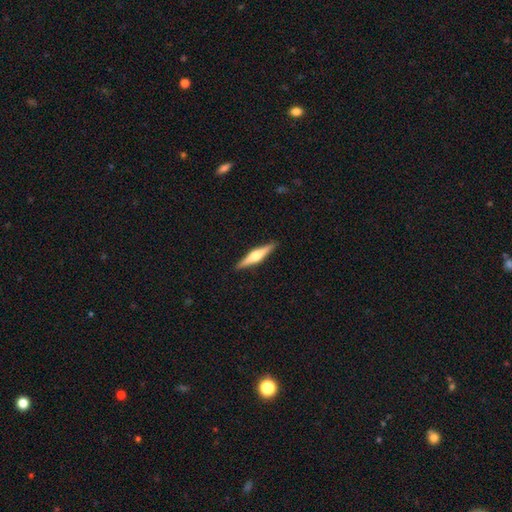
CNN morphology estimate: Smooth or featured? Predicted: featured or disk (p=0.71). Edge-on disk? Predicted: yes (p=0.98). Edge-on bulge? Predicted: rounded (p=0.91). Merging? Predicted: none (p=0.92).